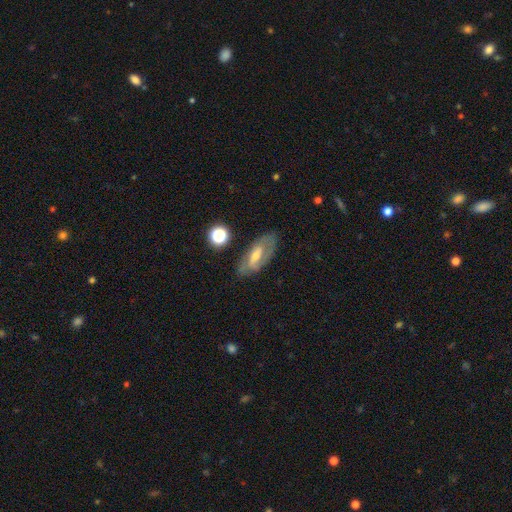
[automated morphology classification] The model was most divided on "bar": weak: 45%, strong: 31%, no: 24%. More confident: edge-on disk — no (87%); merging — none (74%); spiral arms — yes (70%); smooth or featured — featured or disk (65%); bulge size — moderate (54%).